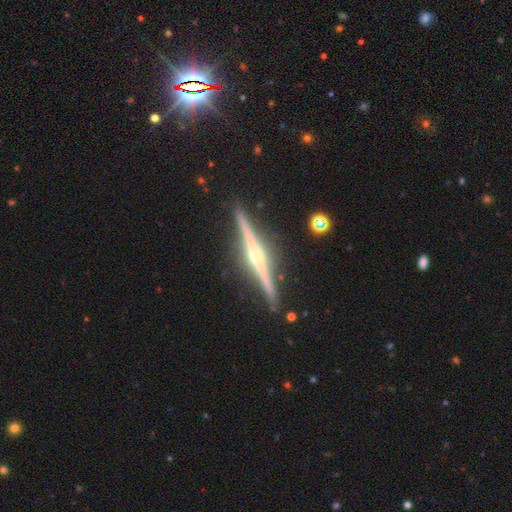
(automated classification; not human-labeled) This appears to be a featured or disk galaxy (89%) viewed edge-on (99%) with a rounded central bulge (90%). Merging: none (91%).